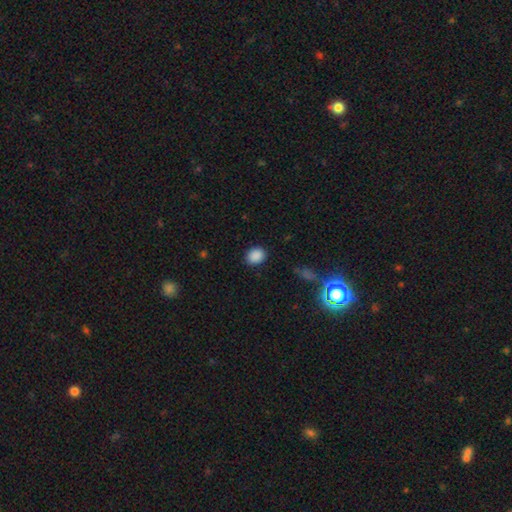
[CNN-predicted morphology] Smooth or featured?
  - smooth: 88% *
  - star or artifact: 9%
  - featured or disk: 3%
How rounded?
  - in between: 52% *
  - round: 47%
  - cigar-shaped: 1%
Merging?
  - none: 88% *
  - minor disturbance: 9%
  - major disturbance: 3%
  - merger: 1%